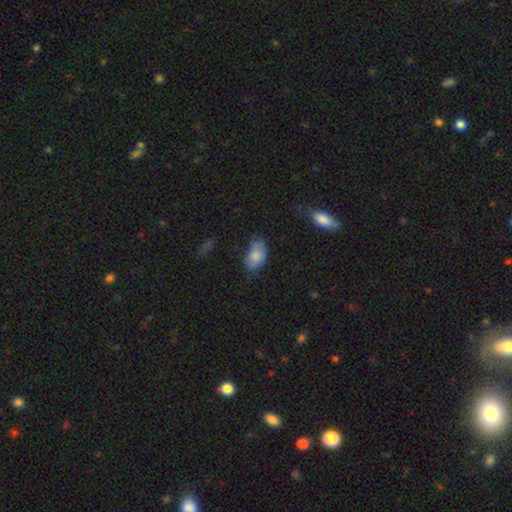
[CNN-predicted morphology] This is clearly a smooth galaxy (81%). How rounded: clearly in between (92%). Merging: possibly none (57%).